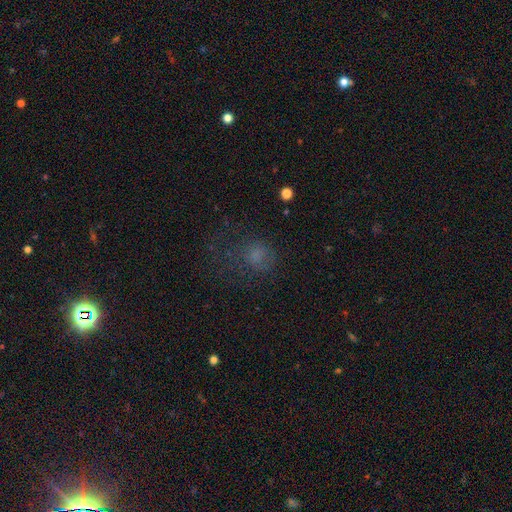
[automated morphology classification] smooth_or_featured: smooth (p=0.58) [alt: star or artifact p=0.24]
how_rounded: round (p=0.67) [alt: in between p=0.31]
merging: none (p=0.48) [alt: major disturbance p=0.31]